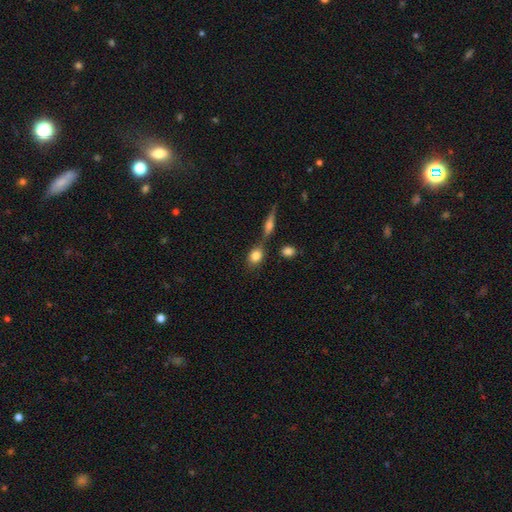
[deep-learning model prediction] This is clearly a smooth galaxy (81%). How rounded: possibly in between (56%). Merging: likely none (61%).